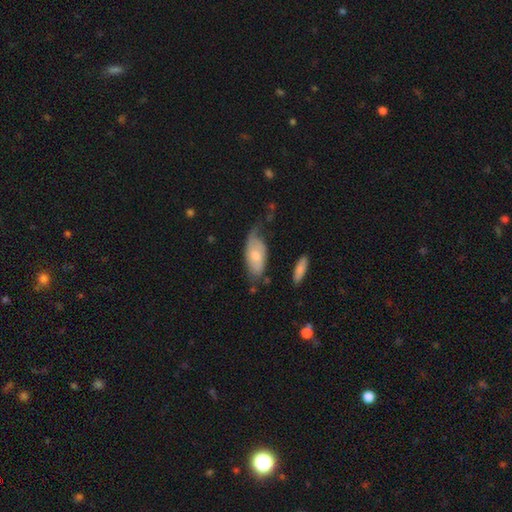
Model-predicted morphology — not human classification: Overall: smooth (58%; featured or disk 36%). How rounded: in between (89%). Merging: none (39%; minor disturbance 35%).